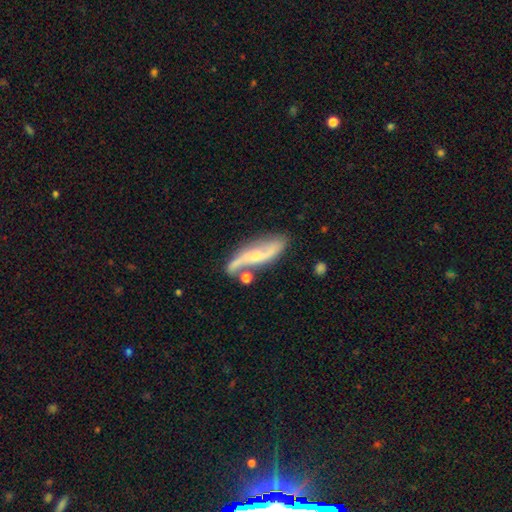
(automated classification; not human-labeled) The model was most divided on "bar": no: 51%, weak: 33%, strong: 17%. More confident: spiral arms — yes (92%); spiral arm count — 2 (90%); edge-on disk — no (82%); spiral winding — loose (77%); smooth or featured — featured or disk (77%); merging — none (62%); bulge size — small (55%).